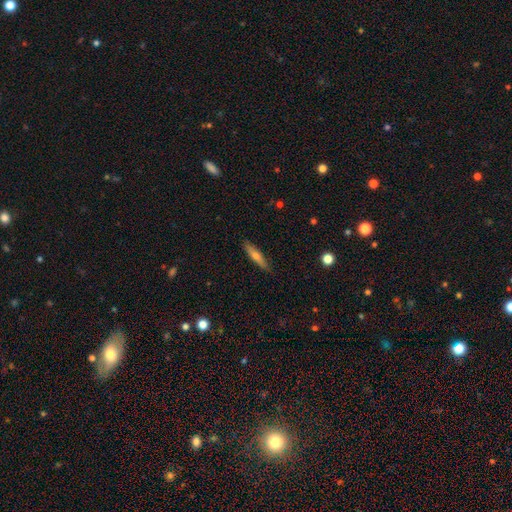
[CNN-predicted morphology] A smooth galaxy with no disk features (54%) that is cigar-shaped (86%).

Vote fractions:
- Smooth or featured? smooth: 54% / featured or disk: 39% / star or artifact: 7%
- How rounded? cigar-shaped: 86% / in between: 12% / round: 2%
- Merging? none: 88% / minor disturbance: 9% / major disturbance: 2% / merger: 1%